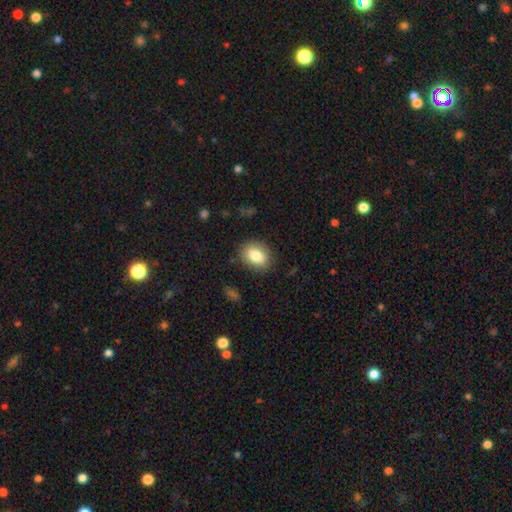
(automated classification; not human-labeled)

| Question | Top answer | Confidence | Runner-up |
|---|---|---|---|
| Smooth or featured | smooth | 81% | featured or disk (11%) |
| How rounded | in between | 64% | round (35%) |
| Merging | none | 84% | minor disturbance (11%) |